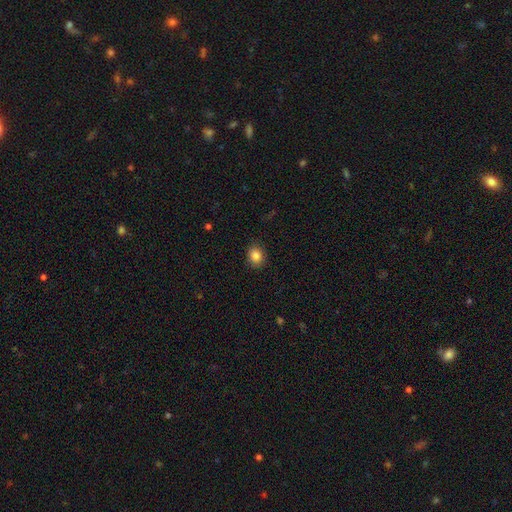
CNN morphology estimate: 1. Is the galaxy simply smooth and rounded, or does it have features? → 85% smooth, 10% star or artifact, 5% featured or disk.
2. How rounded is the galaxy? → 59% round, 40% in between, 1% cigar-shaped.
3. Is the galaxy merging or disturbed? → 87% none, 9% minor disturbance, 2% major disturbance, 1% merger.